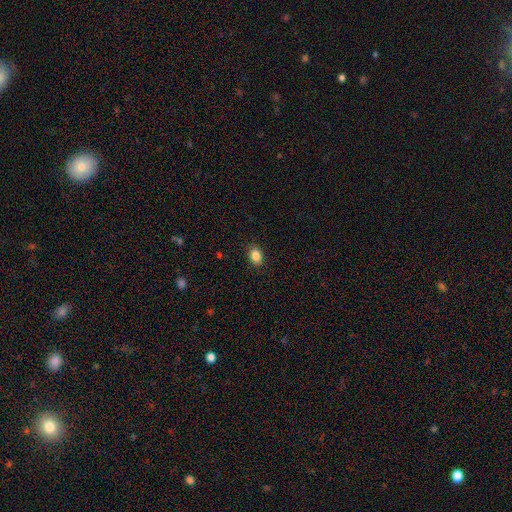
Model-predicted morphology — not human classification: Smooth or featured?
  - smooth: 86% *
  - star or artifact: 9%
  - featured or disk: 5%
How rounded?
  - in between: 79% *
  - round: 20%
  - cigar-shaped: 1%
Merging?
  - none: 88% *
  - minor disturbance: 9%
  - major disturbance: 2%
  - merger: 1%